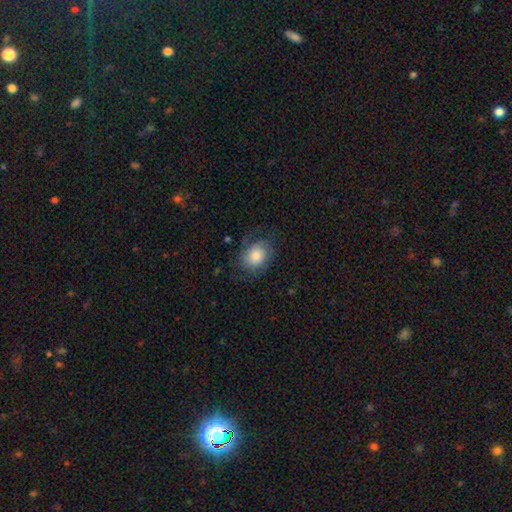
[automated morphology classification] Q: Smooth or featured?
A: smooth (55%); runner-up: featured or disk (36%)
Q: How rounded?
A: in between (51%); runner-up: round (48%)
Q: Merging?
A: none (63%); runner-up: minor disturbance (22%)